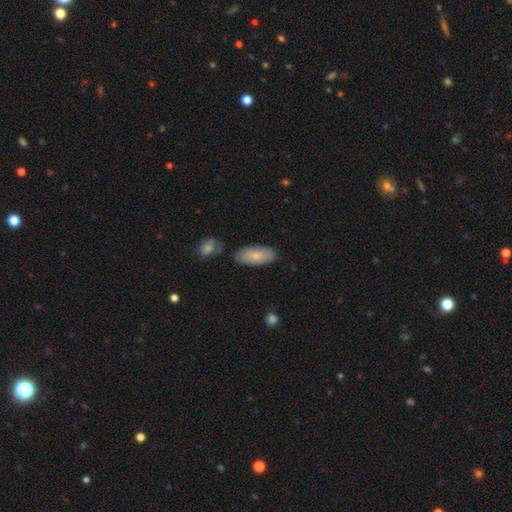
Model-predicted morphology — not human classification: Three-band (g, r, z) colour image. It shows a smooth galaxy with no disk features (79%) that is in between round and cigar-shaped (87%). Merging: none (78%).